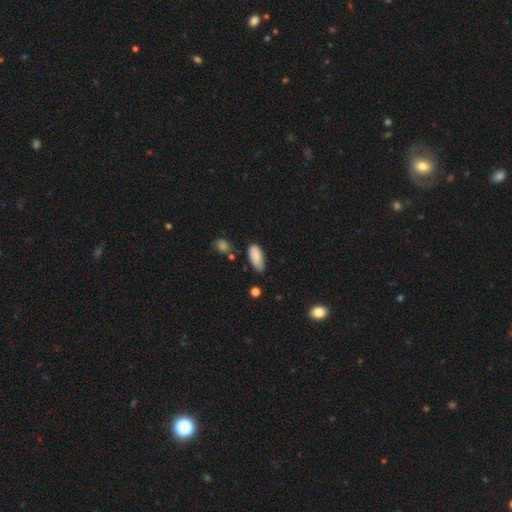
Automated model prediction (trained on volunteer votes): A smooth galaxy with no disk features (87%) that is in between round and cigar-shaped (85%).

Vote fractions:
- Smooth or featured? smooth: 87% / star or artifact: 7% / featured or disk: 6%
- How rounded? in between: 85% / cigar-shaped: 13% / round: 2%
- Merging? none: 64% / minor disturbance: 28% / major disturbance: 5% / merger: 3%